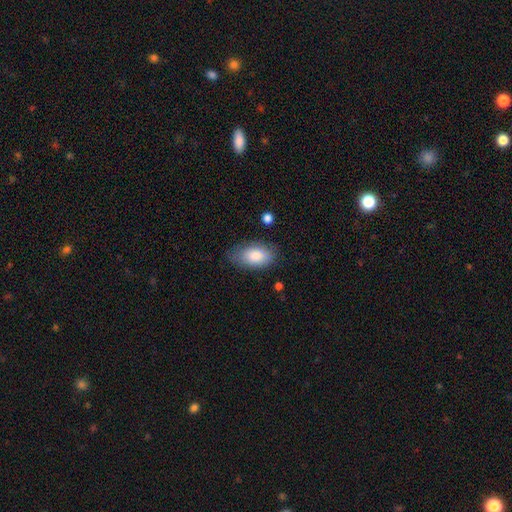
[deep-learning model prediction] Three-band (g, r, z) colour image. It shows a smooth galaxy with no disk features (83%) that is in between round and cigar-shaped (93%). Merging: none (71%).